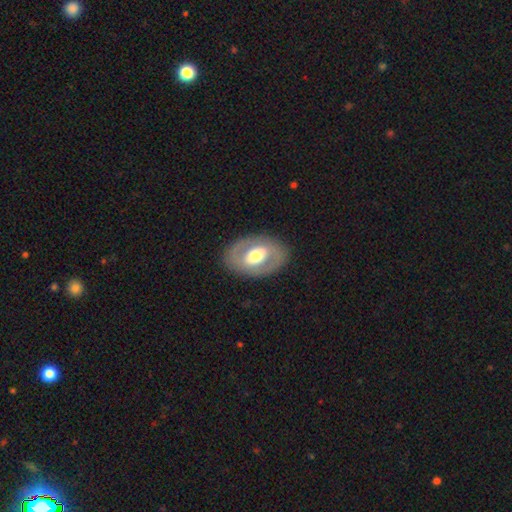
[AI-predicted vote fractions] Smooth or featured: featured or disk — 59% (smooth — 36%)
Edge-on disk: no — 93% (yes — 7%)
Bar: no — 47% (weak — 32%)
Spiral arms: no — 68% (yes — 32%)
Bulge size: moderate — 58% (large — 30%)
Merging: none — 84% (minor disturbance — 10%)